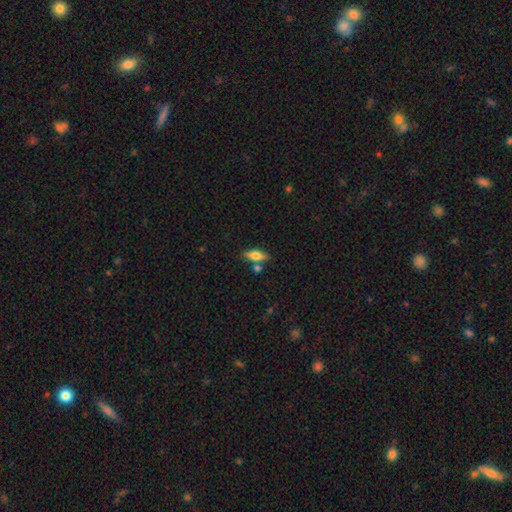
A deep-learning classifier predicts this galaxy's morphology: Smooth or featured? Predicted: smooth (p=0.63). How rounded? Predicted: in between (p=0.60). Merging? Predicted: none (p=0.74).